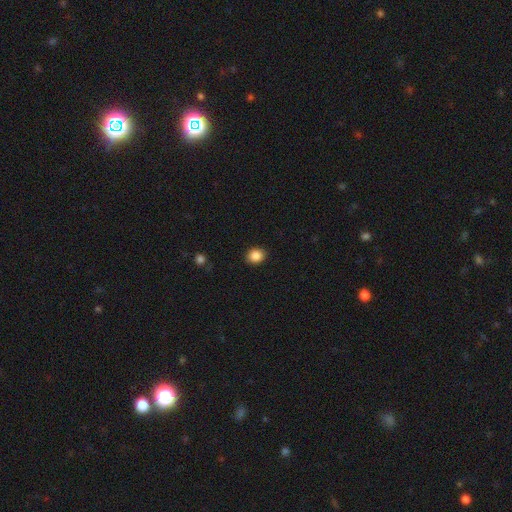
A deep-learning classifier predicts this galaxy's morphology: This is clearly a smooth galaxy (87%). How rounded: likely round (63%). Merging: clearly none (90%).